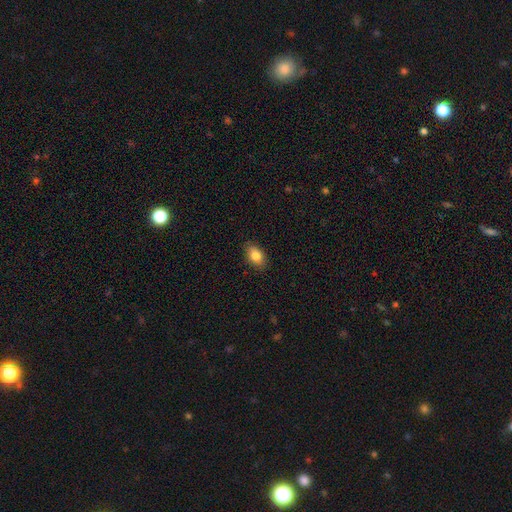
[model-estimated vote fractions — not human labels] This appears to be a smooth galaxy with no disk features (83%) that is in between round and cigar-shaped (88%). Merging: none (86%).